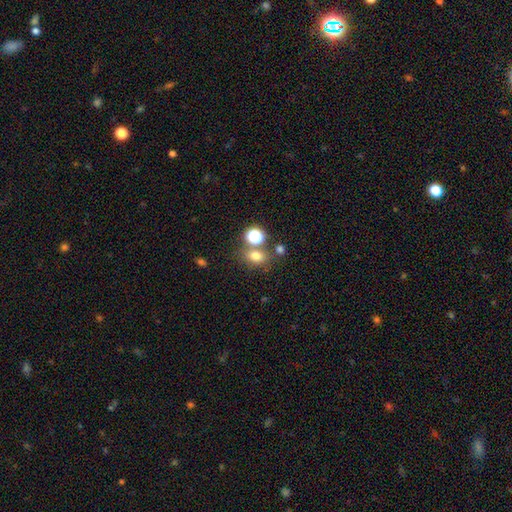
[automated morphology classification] Q: Smooth or featured?
A: smooth (72%); runner-up: star or artifact (19%)
Q: How rounded?
A: in between (53%); runner-up: round (46%)
Q: Merging?
A: none (64%); runner-up: merger (19%)